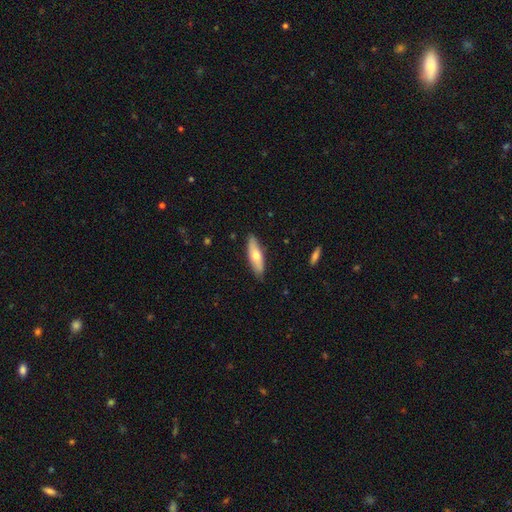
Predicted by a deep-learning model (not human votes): Smooth or featured: smooth — 60% (featured or disk — 35%)
How rounded: cigar-shaped — 52% (in between — 46%)
Merging: none — 86% (minor disturbance — 11%)